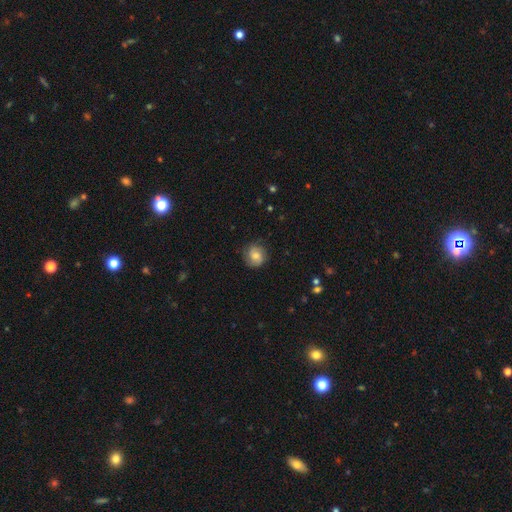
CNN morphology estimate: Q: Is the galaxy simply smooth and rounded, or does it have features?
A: smooth — 62%.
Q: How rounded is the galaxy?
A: round — 85%.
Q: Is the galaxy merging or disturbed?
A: none — 80%.